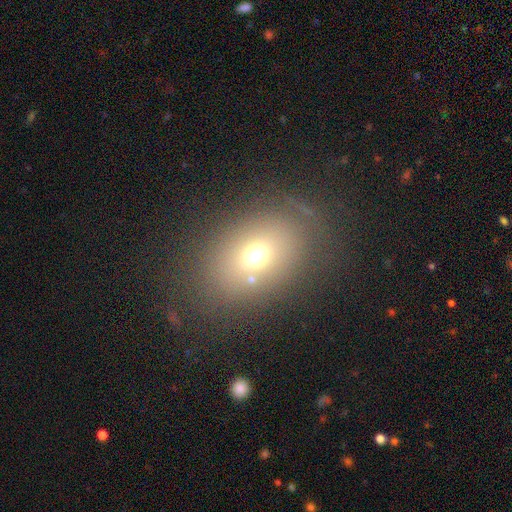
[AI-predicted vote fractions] Overall: smooth (66%). How rounded: in between (65%; round 33%). Merging: none (77%).